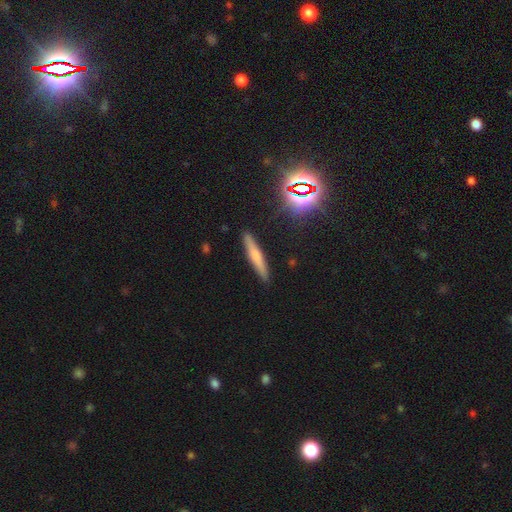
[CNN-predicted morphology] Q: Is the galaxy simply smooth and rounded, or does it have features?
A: smooth — 58%.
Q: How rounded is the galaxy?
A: cigar-shaped — 92%.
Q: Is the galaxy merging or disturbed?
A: none — 89%.